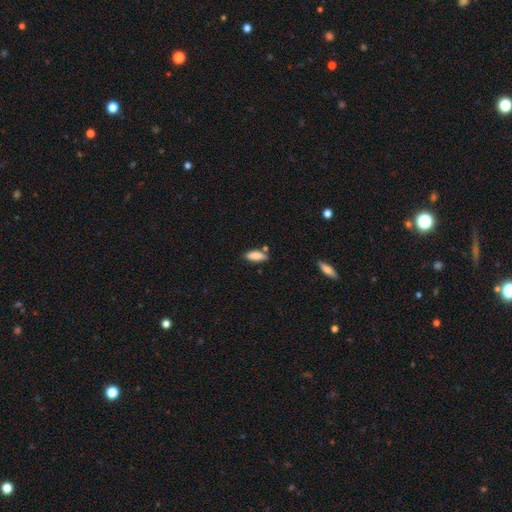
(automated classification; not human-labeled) Overall: smooth (85%). How rounded: in between (73%). Merging: none (71%).